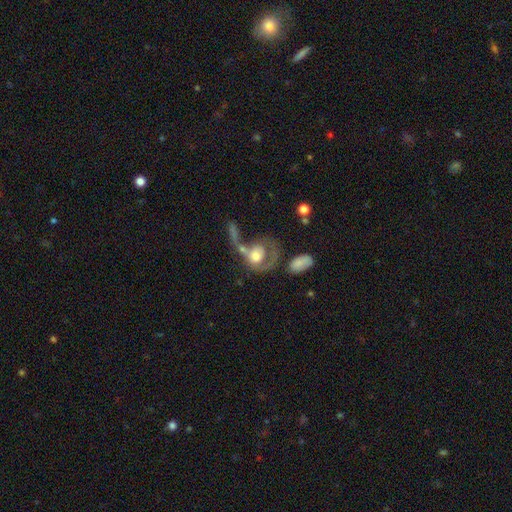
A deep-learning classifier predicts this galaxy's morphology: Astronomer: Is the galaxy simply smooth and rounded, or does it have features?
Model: featured or disk — 53% (runner-up: smooth, 40%).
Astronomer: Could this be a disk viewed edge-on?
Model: no — 95%.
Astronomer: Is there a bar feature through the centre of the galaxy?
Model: no — 80%.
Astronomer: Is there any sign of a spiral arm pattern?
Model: yes — 50%, tied with no at 50%.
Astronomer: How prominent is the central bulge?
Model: moderate — 56%.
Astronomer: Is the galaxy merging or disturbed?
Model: major disturbance — 36% (runner-up: merger, 34%).